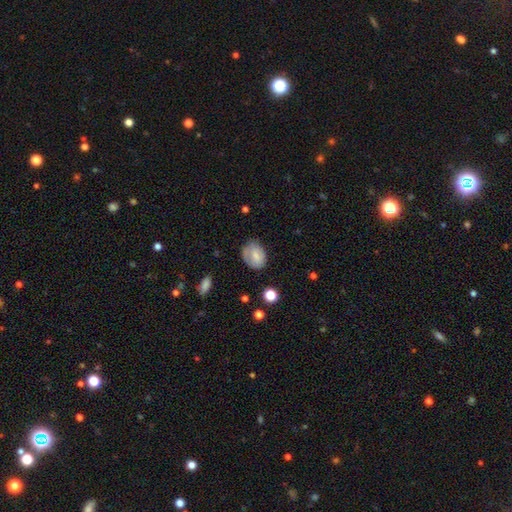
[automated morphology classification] smooth_or_featured: smooth (p=0.71) [alt: featured or disk p=0.21]
how_rounded: in between (p=0.63) [alt: round p=0.35]
merging: none (p=0.64) [alt: minor disturbance p=0.25]